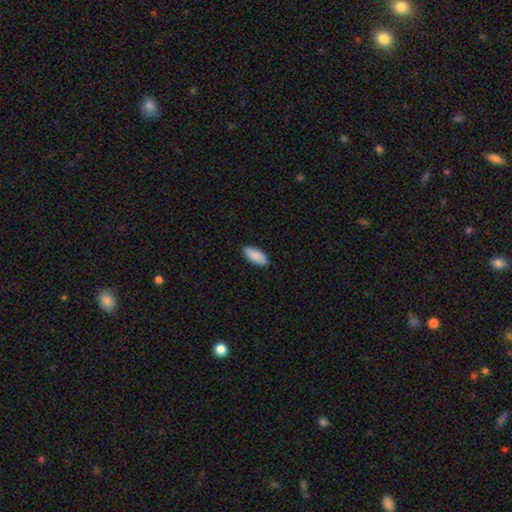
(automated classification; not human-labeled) A smooth galaxy with no disk features (90%) that is in between round and cigar-shaped (90%).

Vote fractions:
- Smooth or featured? smooth: 90% / star or artifact: 6% / featured or disk: 4%
- How rounded? in between: 90% / cigar-shaped: 8% / round: 2%
- Merging? none: 88% / minor disturbance: 9% / major disturbance: 2% / merger: 1%